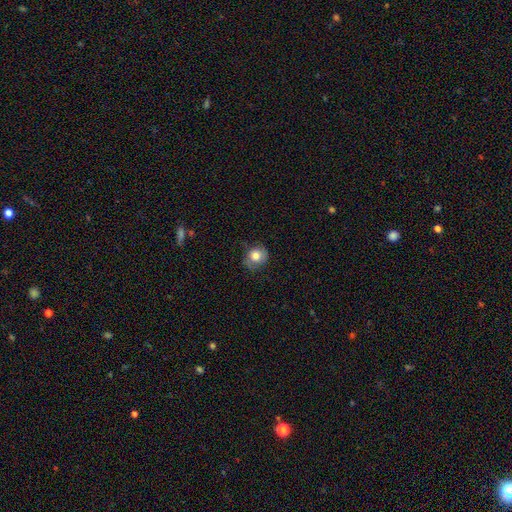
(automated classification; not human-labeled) Q: Smooth or featured?
A: smooth (76%); runner-up: featured or disk (15%)
Q: How rounded?
A: round (76%); runner-up: in between (23%)
Q: Merging?
A: none (70%); runner-up: minor disturbance (22%)